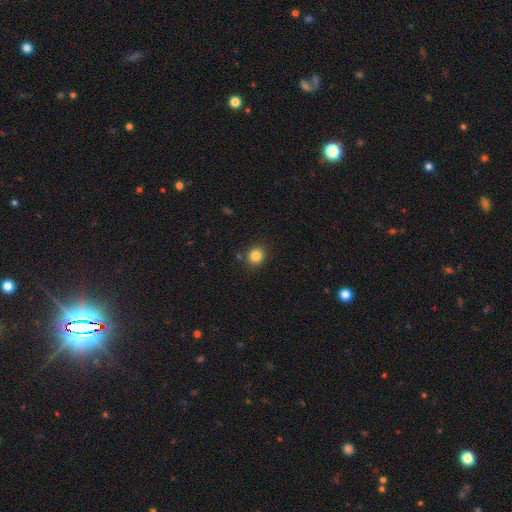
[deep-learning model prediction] smooth 84%, star or artifact 11%, featured or disk 5%. Down the decision tree: how rounded — round (85%); merging — none (87%).